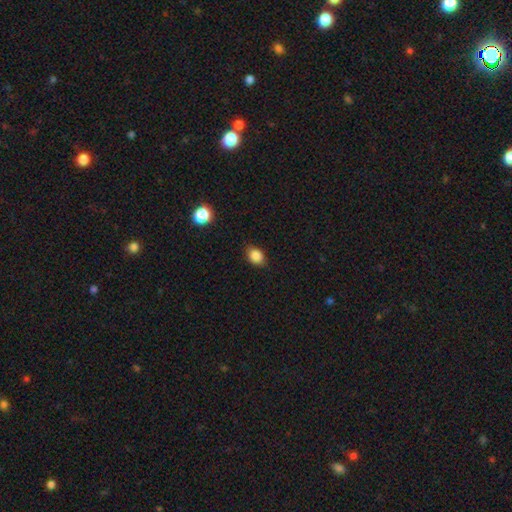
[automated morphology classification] Smooth or featured? smooth (86%)
How rounded? in between (69%)
Merging? none (84%)